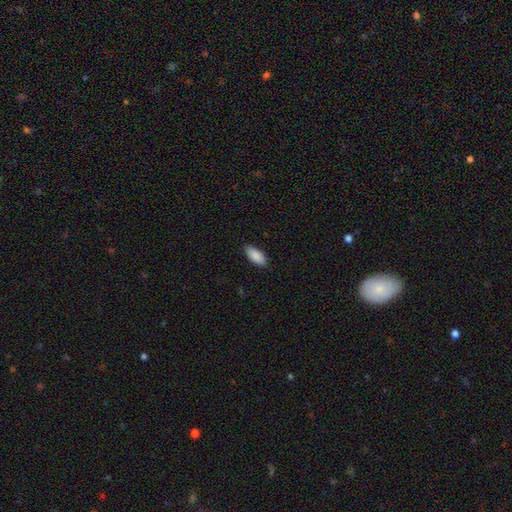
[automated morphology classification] Smooth or featured?
  - smooth: 90% *
  - star or artifact: 6%
  - featured or disk: 4%
How rounded?
  - in between: 90% *
  - cigar-shaped: 9%
  - round: 2%
Merging?
  - none: 88% *
  - minor disturbance: 9%
  - major disturbance: 2%
  - merger: 1%